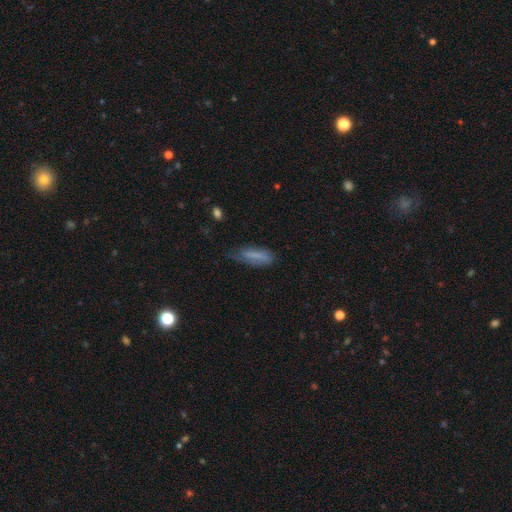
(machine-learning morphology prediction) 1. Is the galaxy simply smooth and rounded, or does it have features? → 68% smooth, 23% featured or disk, 9% star or artifact.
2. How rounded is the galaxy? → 53% cigar-shaped, 45% in between, 2% round.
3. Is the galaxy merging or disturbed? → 49% none, 35% minor disturbance, 14% major disturbance, 2% merger.